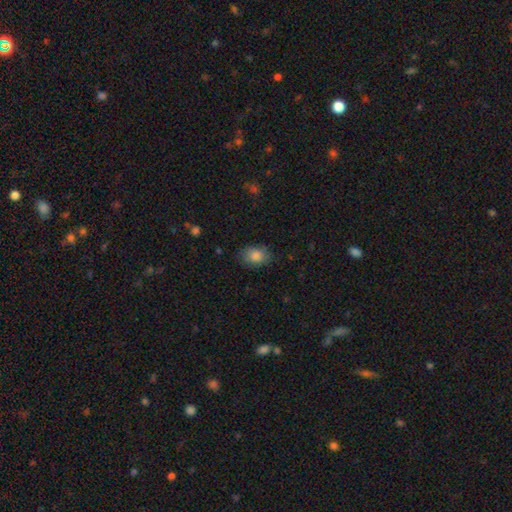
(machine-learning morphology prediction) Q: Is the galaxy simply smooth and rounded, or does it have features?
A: smooth — 84%.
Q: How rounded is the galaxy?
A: in between — 70%.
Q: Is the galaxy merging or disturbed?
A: none — 78%.